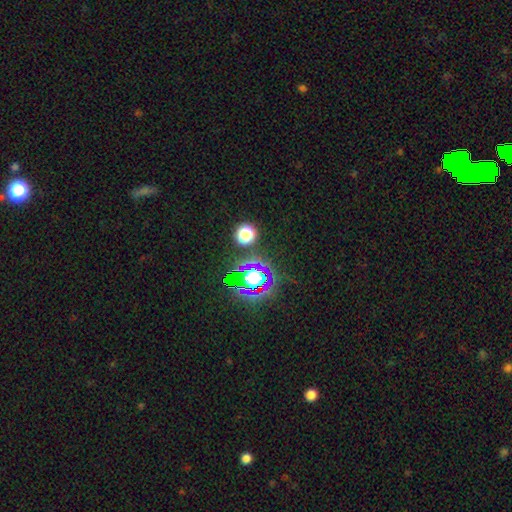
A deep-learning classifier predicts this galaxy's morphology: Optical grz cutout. It shows a star or artifact, not a galaxy (78%).